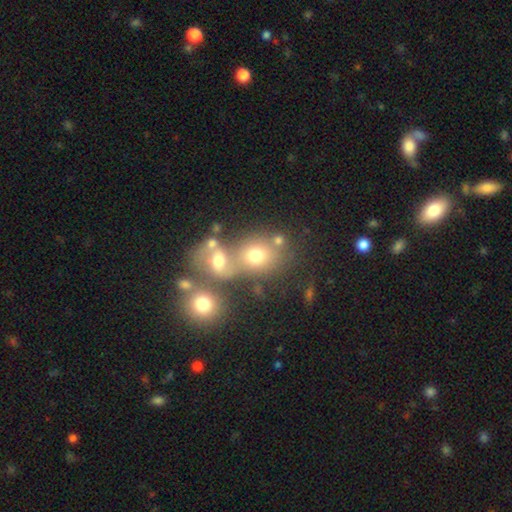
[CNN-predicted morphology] This appears to be a smooth galaxy with no disk features (66%) that is round (63%). Merging: merger (46%).